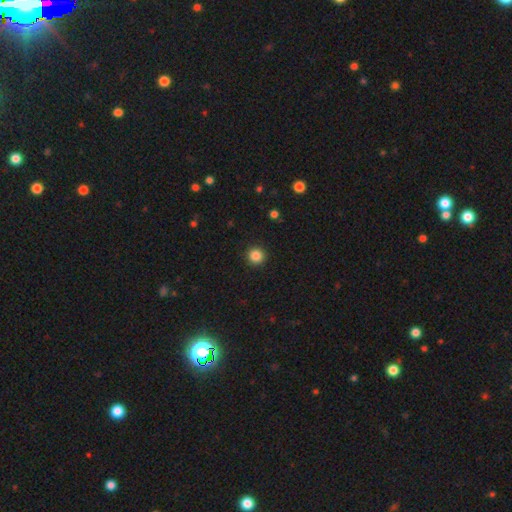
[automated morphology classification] This is clearly a smooth galaxy (86%). How rounded: clearly round (95%). Merging: clearly none (93%).